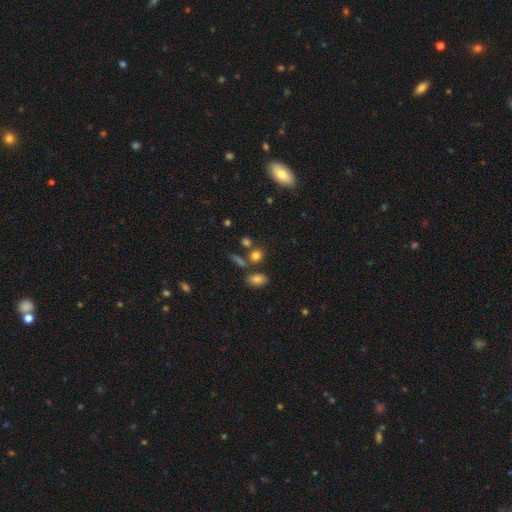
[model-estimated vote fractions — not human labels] Smooth or featured? Predicted: smooth (p=0.78). How rounded? Predicted: round (p=0.62). Merging? Predicted: none (p=0.65).